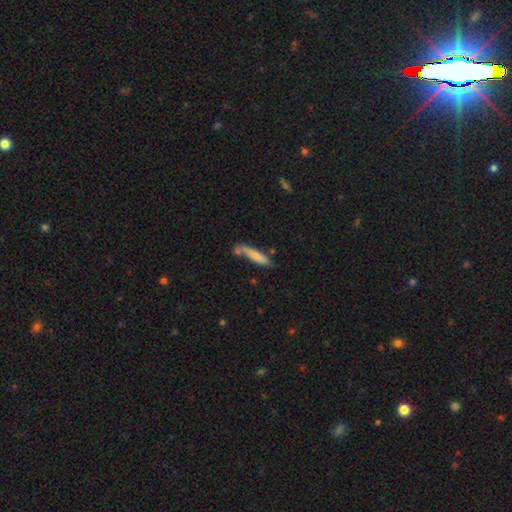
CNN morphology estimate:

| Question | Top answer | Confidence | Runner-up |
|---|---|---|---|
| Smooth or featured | smooth | 73% | featured or disk (20%) |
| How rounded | cigar-shaped | 85% | in between (13%) |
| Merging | none | 58% | minor disturbance (19%) |